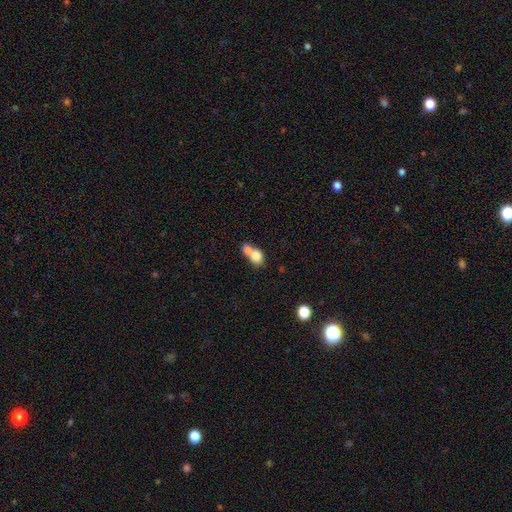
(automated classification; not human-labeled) Morphology: type=smooth (78%); roundness=in between (50%); merging=merger (66%).